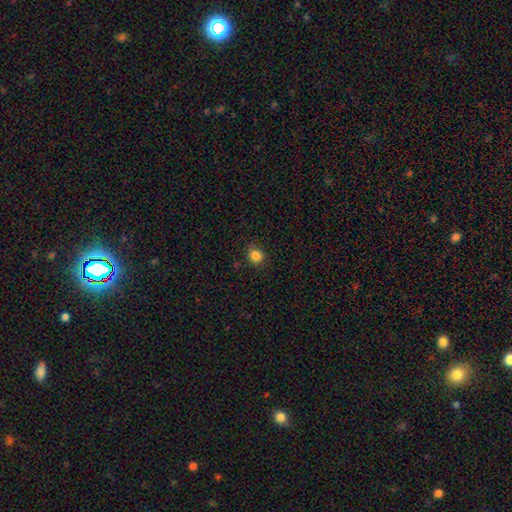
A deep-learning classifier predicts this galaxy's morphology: A smooth galaxy with no disk features (84%) that is round (79%).

Vote fractions:
- Smooth or featured? smooth: 84% / star or artifact: 12% / featured or disk: 4%
- How rounded? round: 79% / in between: 20% / cigar-shaped: 1%
- Merging? none: 87% / minor disturbance: 10% / major disturbance: 2% / merger: 1%